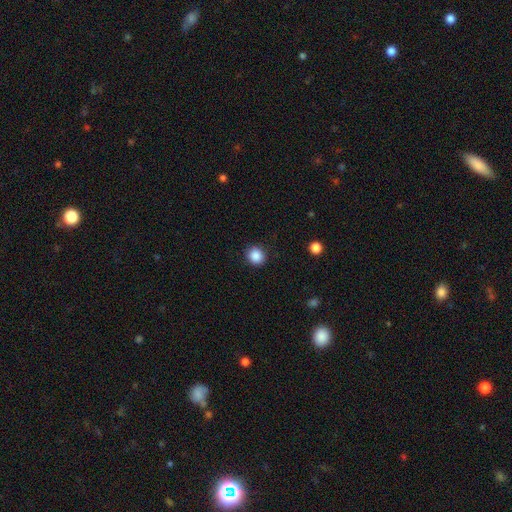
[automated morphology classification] Q: Smooth or featured?
A: smooth (87%); runner-up: star or artifact (9%)
Q: How rounded?
A: round (85%); runner-up: in between (14%)
Q: Merging?
A: none (89%); runner-up: minor disturbance (7%)